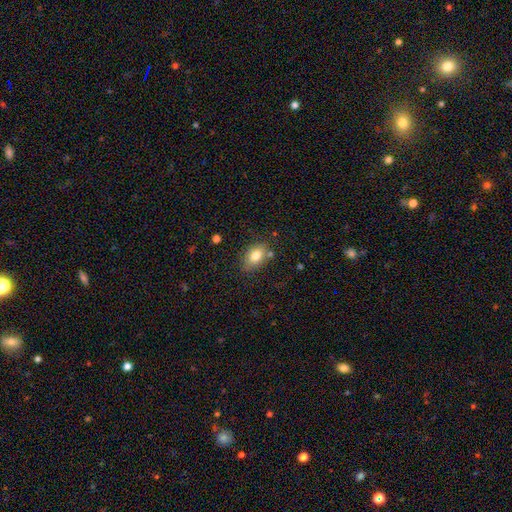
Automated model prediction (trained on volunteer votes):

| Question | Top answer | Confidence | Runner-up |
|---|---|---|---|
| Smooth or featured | smooth | 79% | featured or disk (12%) |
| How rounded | in between | 80% | round (18%) |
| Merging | none | 75% | minor disturbance (17%) |